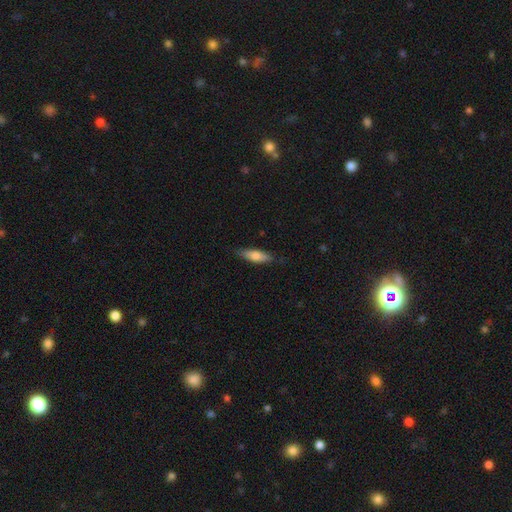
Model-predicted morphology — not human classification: A smooth galaxy with no disk features (71%) that is cigar-shaped (55%). Merging: none (81%).